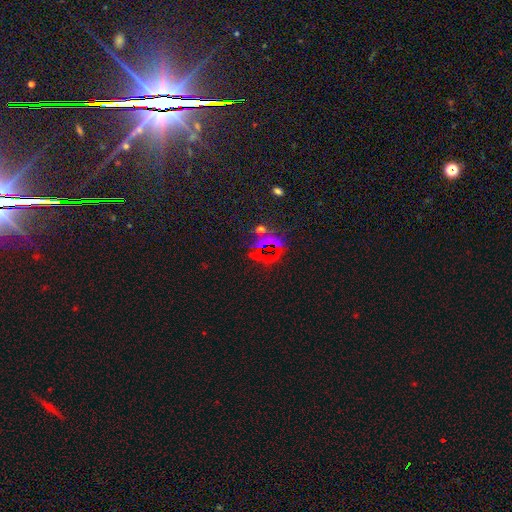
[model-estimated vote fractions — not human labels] Smooth or featured? star or artifact (70%)